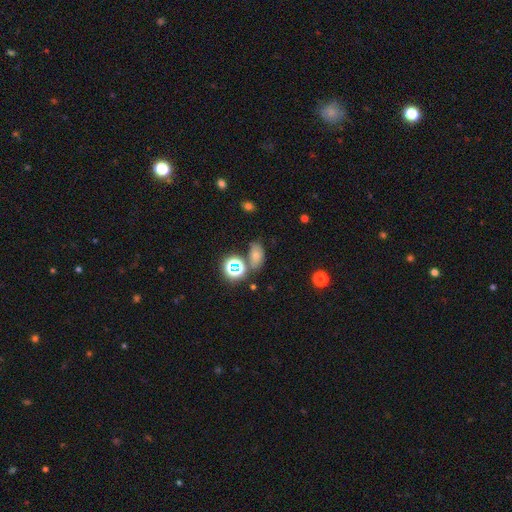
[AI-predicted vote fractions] smooth_or_featured: smooth (p=0.63) [alt: star or artifact p=0.25]
how_rounded: in between (p=0.83) [alt: round p=0.14]
merging: none (p=0.63) [alt: minor disturbance p=0.18]